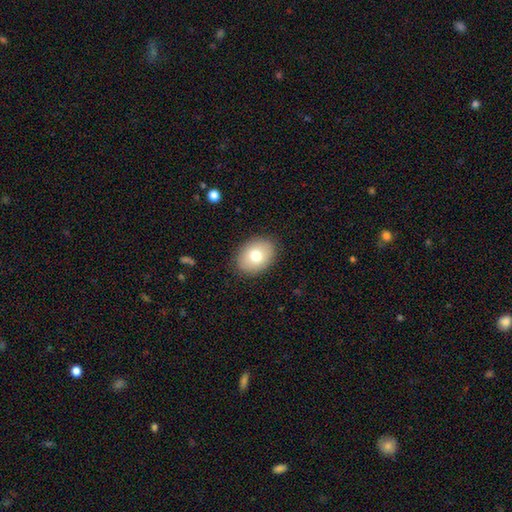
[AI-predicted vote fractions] This appears to be a smooth galaxy with no disk features (76%) that is in between round and cigar-shaped (70%). Merging: none (88%).